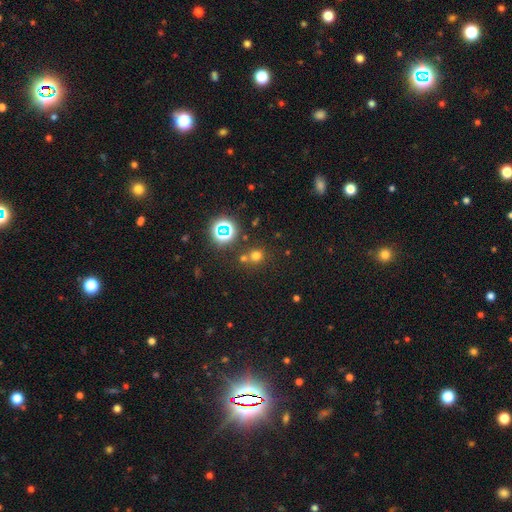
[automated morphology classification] Smooth or featured: smooth — 62% (star or artifact — 31%)
How rounded: round — 89% (in between — 10%)
Merging: none — 66% (merger — 22%)